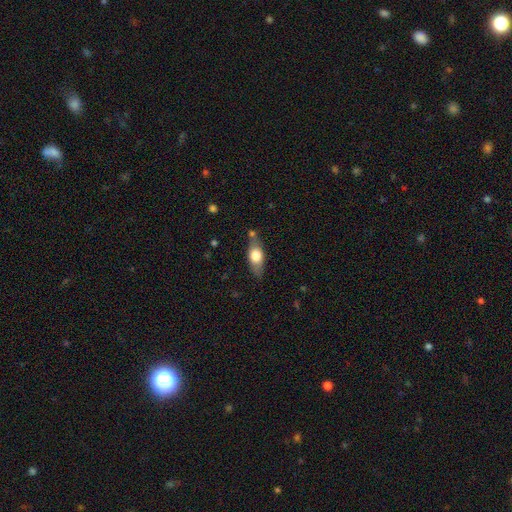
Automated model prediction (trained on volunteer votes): Q: Smooth or featured?
A: smooth (65%); runner-up: featured or disk (29%)
Q: How rounded?
A: in between (76%); runner-up: cigar-shaped (18%)
Q: Merging?
A: none (71%); runner-up: minor disturbance (18%)